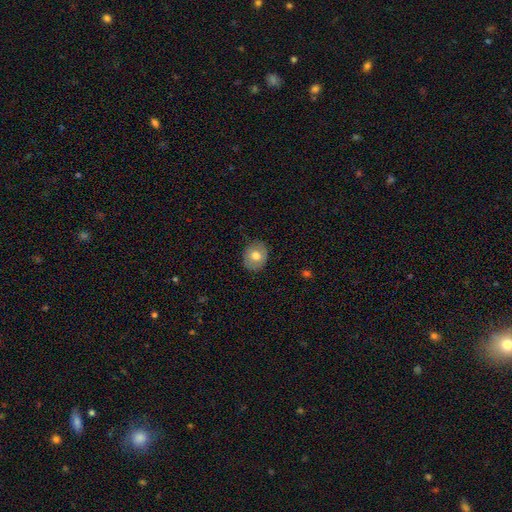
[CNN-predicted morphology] Smooth or featured? smooth (70%)
How rounded? round (68%)
Merging? none (84%)